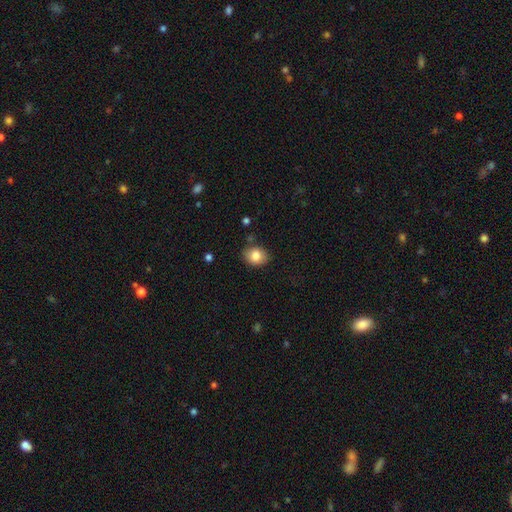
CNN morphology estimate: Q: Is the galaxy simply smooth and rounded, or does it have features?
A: smooth — 83%.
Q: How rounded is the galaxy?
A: round — 51%.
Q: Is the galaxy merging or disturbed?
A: none — 81%.